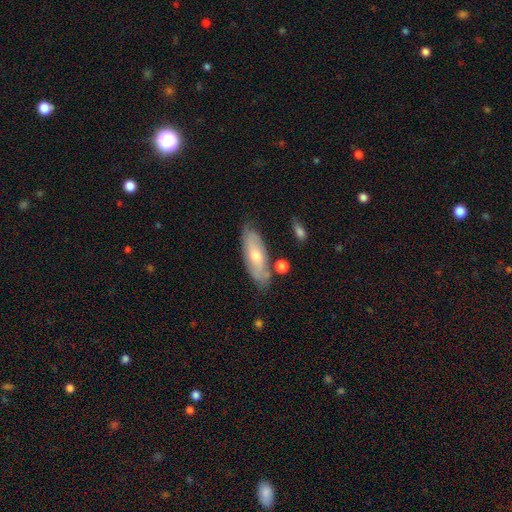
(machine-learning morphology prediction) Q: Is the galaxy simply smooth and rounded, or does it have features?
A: smooth — 49%.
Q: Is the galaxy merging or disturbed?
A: none — 73%.